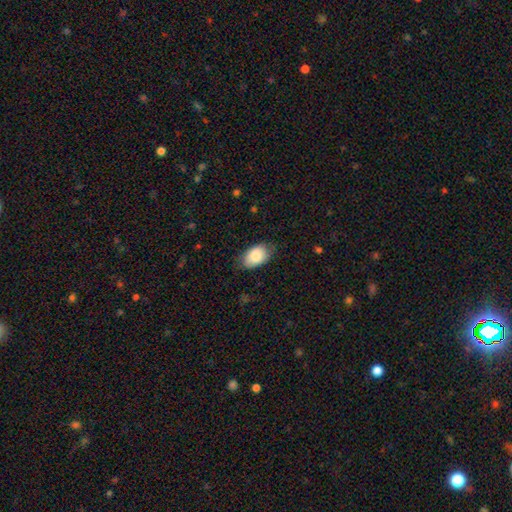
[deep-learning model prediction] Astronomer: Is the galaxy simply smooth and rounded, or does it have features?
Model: smooth — 85%.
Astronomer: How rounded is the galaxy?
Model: in between — 91%.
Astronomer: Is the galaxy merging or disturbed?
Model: none — 74%.